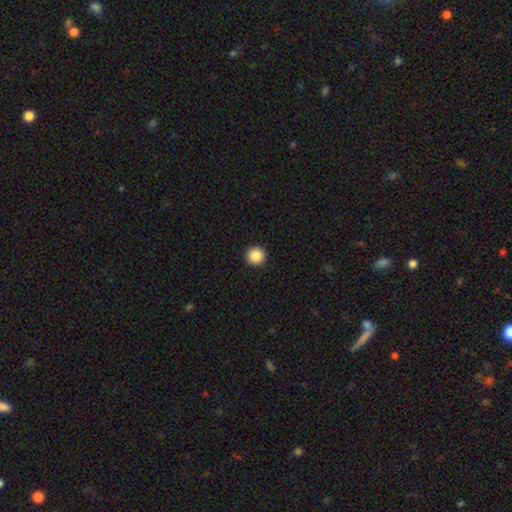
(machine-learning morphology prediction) Smooth or featured? smooth (86%)
How rounded? round (96%)
Merging? none (94%)